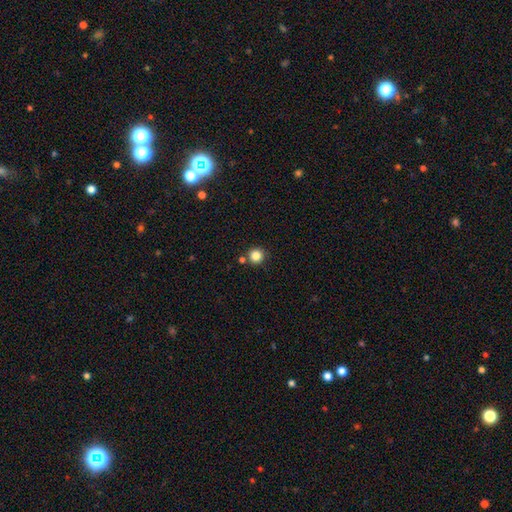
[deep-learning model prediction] Morphology: type=smooth (84%); roundness=round (95%); merging=none (83%).